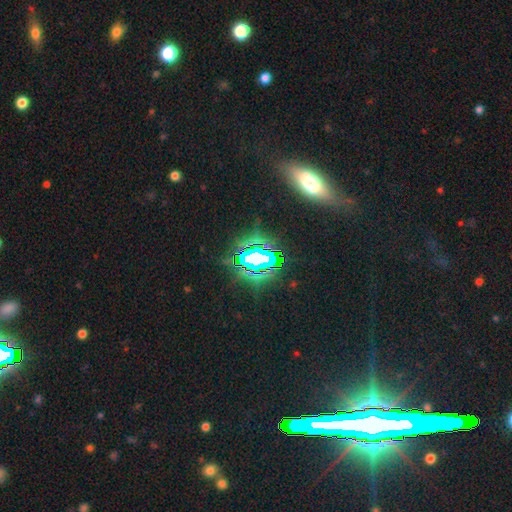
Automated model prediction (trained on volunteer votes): This is likely a star or artifact rather than a galaxy (77%).